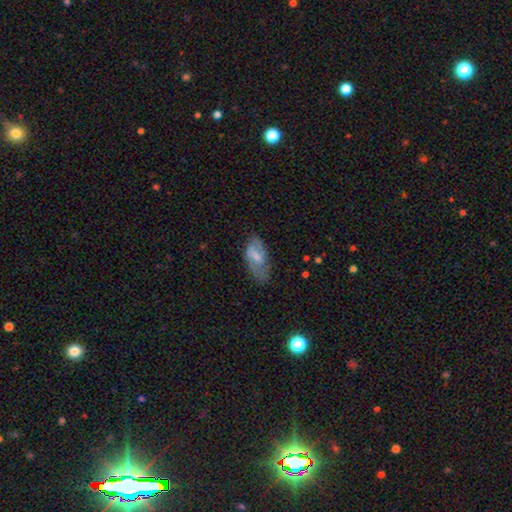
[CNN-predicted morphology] type=featured or disk (49%); merging=none (60%).